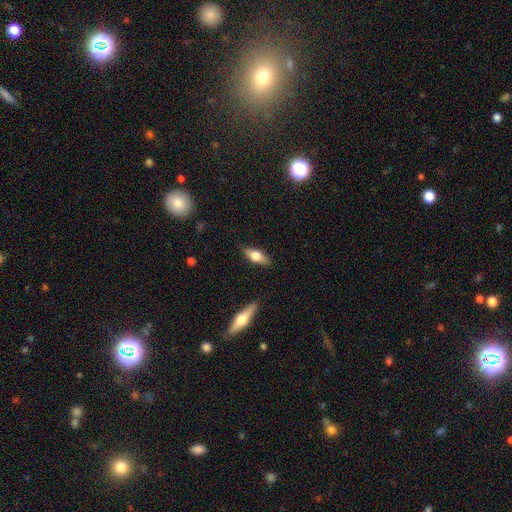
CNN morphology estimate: type=smooth (55%); roundness=in between (64%); merging=none (86%).